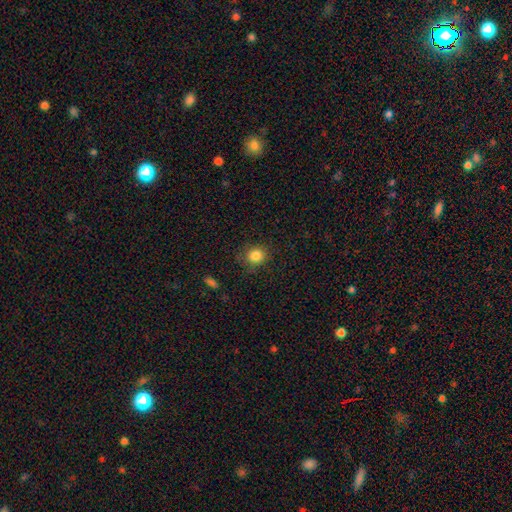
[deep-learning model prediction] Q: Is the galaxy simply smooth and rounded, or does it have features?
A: smooth — 85%.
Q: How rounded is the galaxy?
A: round — 83%.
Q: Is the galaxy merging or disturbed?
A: none — 83%.